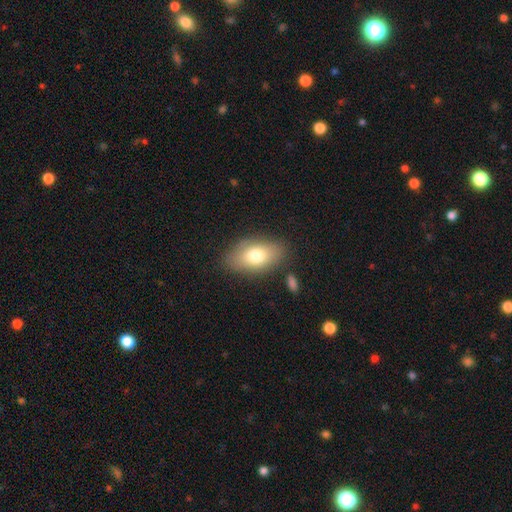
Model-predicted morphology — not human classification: This is likely a smooth galaxy (75%). How rounded: clearly in between (91%). Merging: likely none (79%).